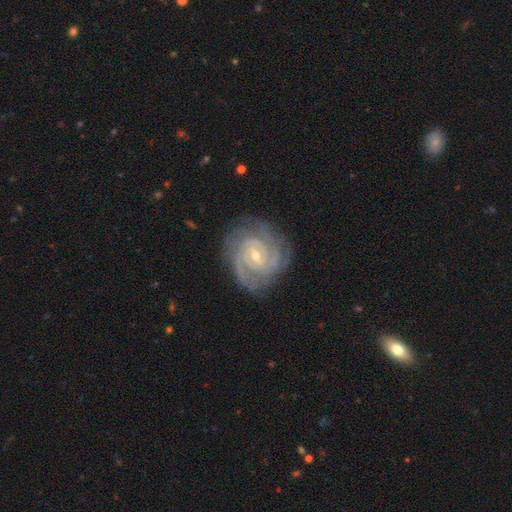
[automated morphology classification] smooth-or-featured: featured or disk: 90% | smooth: 5% | star or artifact: 5%
  disk-edge-on: no: 97% | yes: 3%
    bar: weak: 49% | no: 35% | strong: 16%
    has-spiral-arms: yes: 98% | no: 2%
      spiral-winding: tight: 79% | medium: 19% | loose: 3%
      spiral-arm-count: 3: 26% | 2: 24% | can't tell: 20% | 4: 17% | more than 4: 6% | 1: 6%
    bulge-size: small: 61% | moderate: 36% | large: 1% | none: 1% | dominant: 1%
  merging: none: 78% | minor disturbance: 16% | major disturbance: 5% | merger: 1%